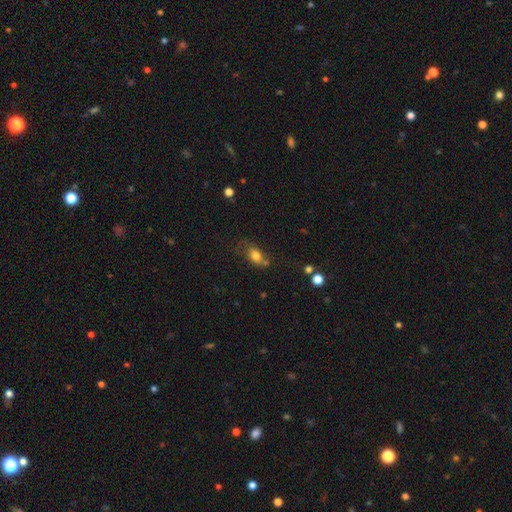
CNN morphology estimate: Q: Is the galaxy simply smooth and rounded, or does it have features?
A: smooth — 73%.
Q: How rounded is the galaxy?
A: in between — 78%.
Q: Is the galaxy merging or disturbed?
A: none — 50%.